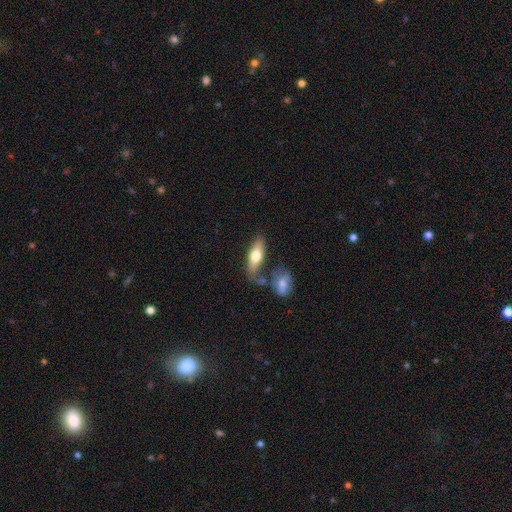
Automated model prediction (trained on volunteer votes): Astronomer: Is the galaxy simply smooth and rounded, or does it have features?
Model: smooth — 61%.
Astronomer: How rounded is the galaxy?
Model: in between — 59% (runner-up: cigar-shaped, 38%).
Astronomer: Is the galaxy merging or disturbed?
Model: none — 62%.